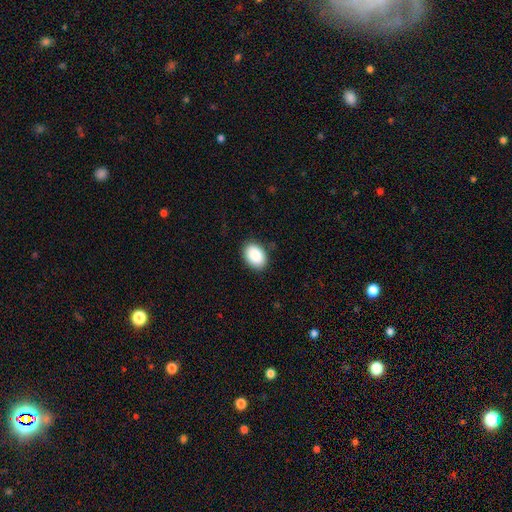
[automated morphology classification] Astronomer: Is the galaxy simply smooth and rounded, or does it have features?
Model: smooth — 90%.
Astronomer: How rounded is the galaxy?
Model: in between — 83%.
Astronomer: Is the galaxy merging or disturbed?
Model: none — 87%.